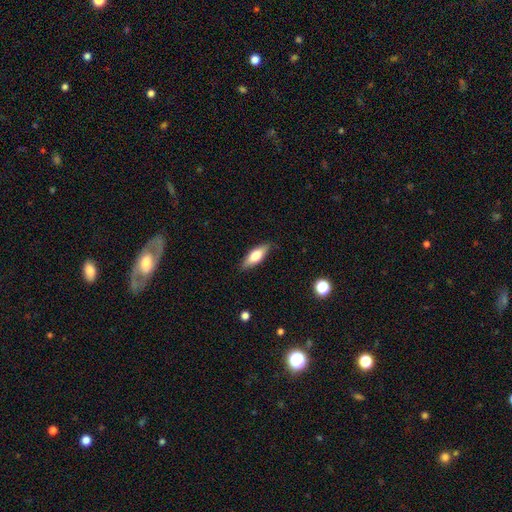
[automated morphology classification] Smooth or featured?
  - smooth: 61% *
  - featured or disk: 32%
  - star or artifact: 6%
How rounded?
  - in between: 59% *
  - cigar-shaped: 39%
  - round: 2%
Merging?
  - none: 86% *
  - minor disturbance: 11%
  - major disturbance: 2%
  - merger: 1%